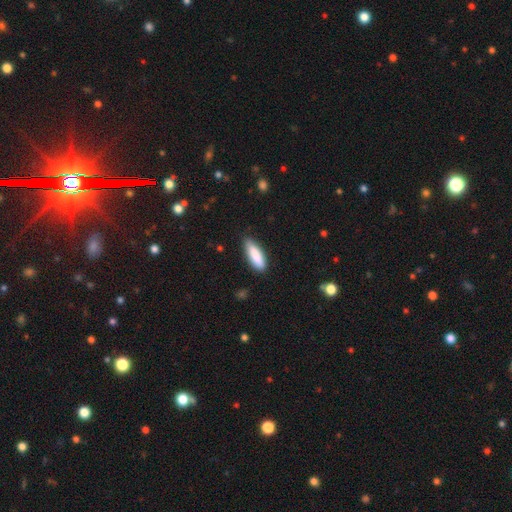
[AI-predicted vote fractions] smooth_or_featured: smooth (p=0.87) [alt: featured or disk p=0.08]
how_rounded: in between (p=0.52) [alt: cigar-shaped p=0.46]
merging: none (p=0.85) [alt: minor disturbance p=0.11]